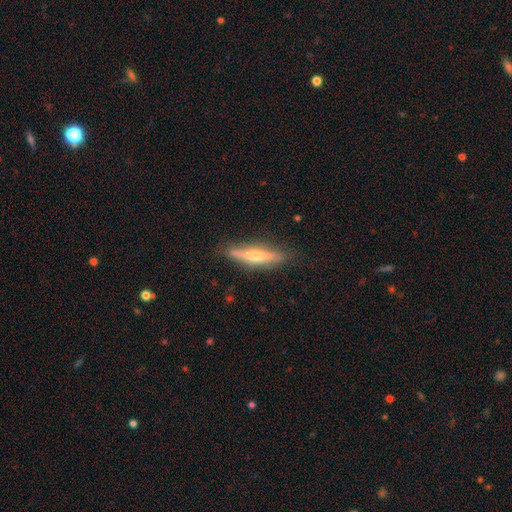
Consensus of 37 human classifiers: Overall: featured or disk (68%). Edge-on disk: yes (80%). Edge-on bulge: rounded (95%). Merging: none (82%).